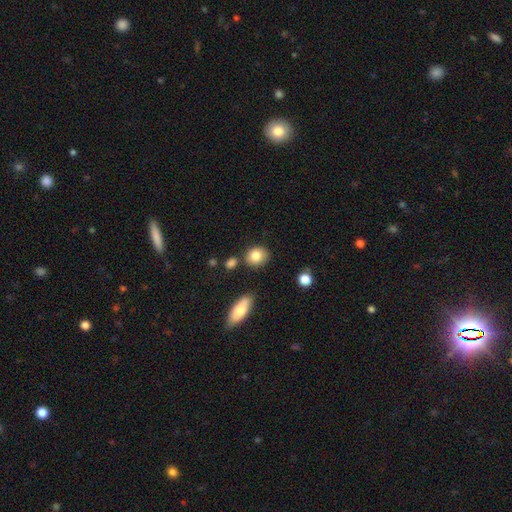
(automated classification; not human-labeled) This appears to be a smooth galaxy with no disk features (83%) that is round (66%). Merging: none (76%).